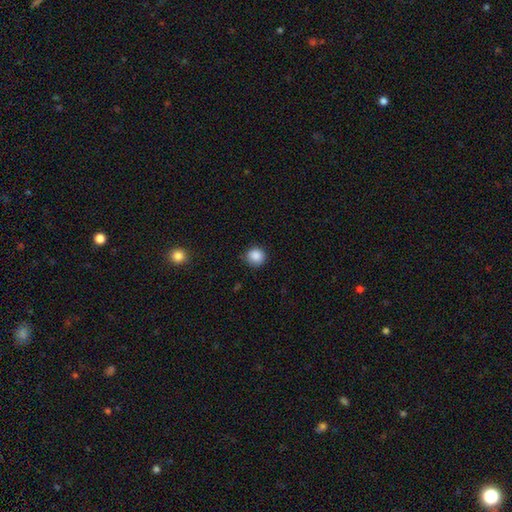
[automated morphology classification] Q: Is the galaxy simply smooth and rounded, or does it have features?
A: smooth — 87%.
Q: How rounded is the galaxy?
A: round — 91%.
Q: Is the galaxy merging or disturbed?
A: none — 86%.